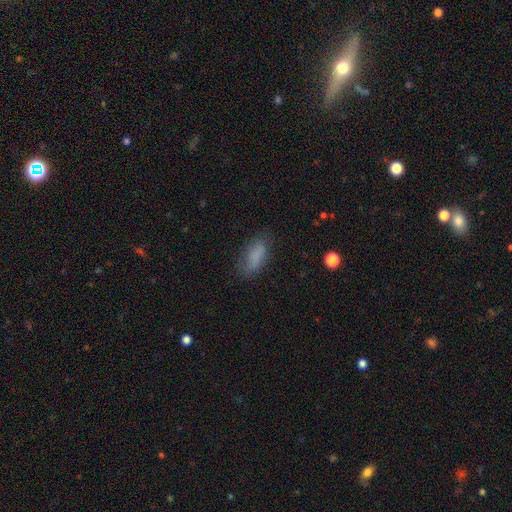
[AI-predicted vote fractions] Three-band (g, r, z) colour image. It shows a smooth galaxy with no disk features (81%) that is in between round and cigar-shaped (83%). Merging: none (73%).